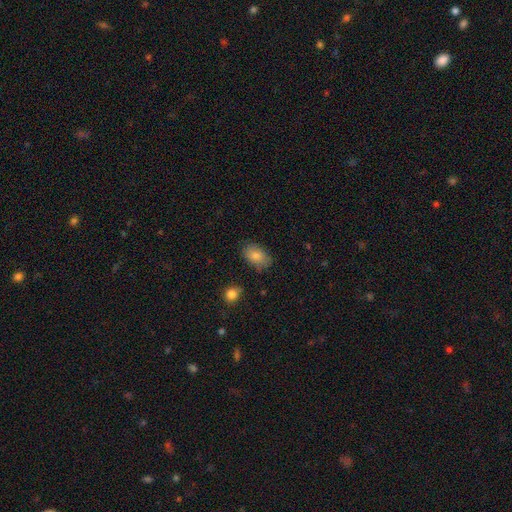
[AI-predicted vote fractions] smooth 83%, featured or disk 9%, star or artifact 8%. Down the decision tree: how rounded — in between (89%); merging — none (79%).